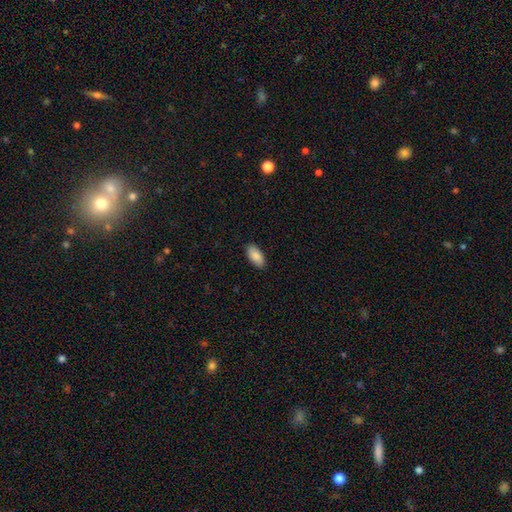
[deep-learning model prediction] The model was most divided on "smooth or featured": smooth: 87%, featured or disk: 7%, star or artifact: 6%. More confident: how rounded — in between (94%); merging — none (89%).